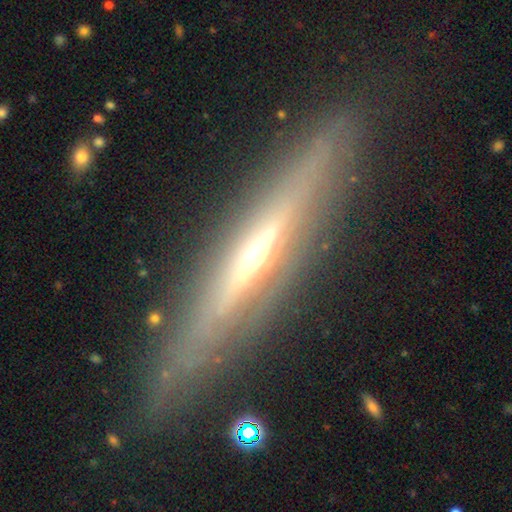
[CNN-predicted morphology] featured or disk 78%, smooth 15%, star or artifact 7%. Down the decision tree: edge-on disk — yes (89%); edge-on bulge — rounded (79%); merging — none (82%).